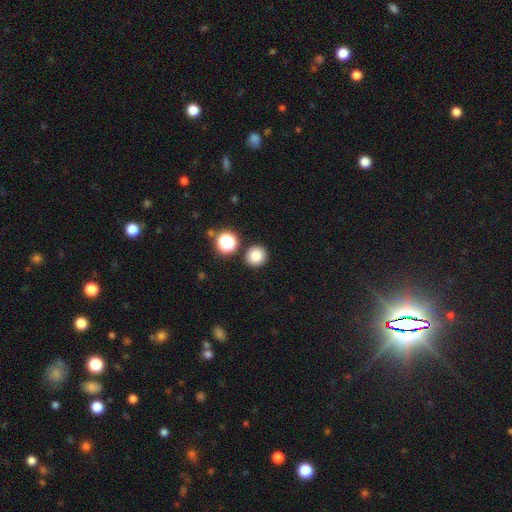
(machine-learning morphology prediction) type=smooth (81%); roundness=round (91%); merging=none (87%).